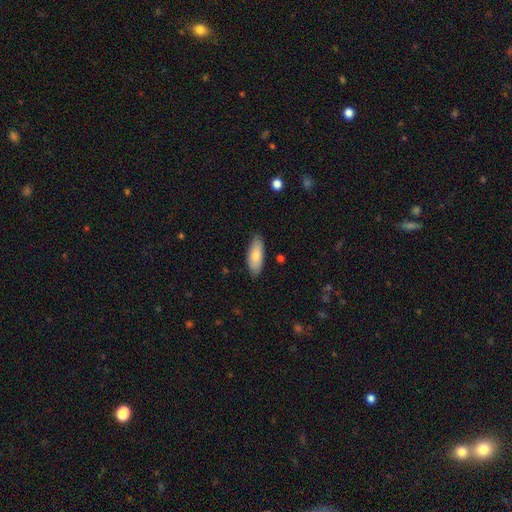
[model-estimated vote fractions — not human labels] A smooth galaxy with no disk features (80%) that is in between round and cigar-shaped (80%).

Vote fractions:
- Smooth or featured? smooth: 80% / featured or disk: 14% / star or artifact: 6%
- How rounded? in between: 80% / cigar-shaped: 18% / round: 2%
- Merging? none: 85% / minor disturbance: 12% / major disturbance: 2% / merger: 1%